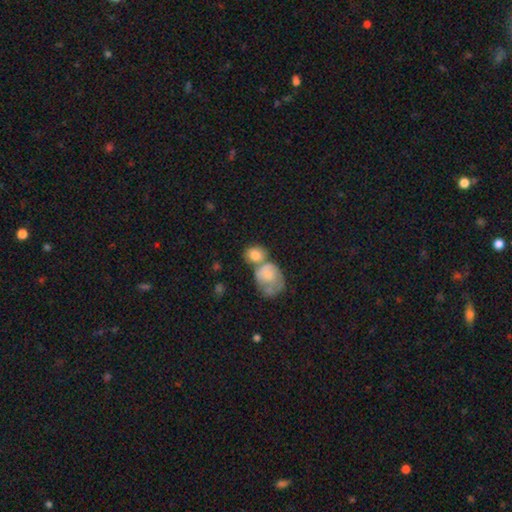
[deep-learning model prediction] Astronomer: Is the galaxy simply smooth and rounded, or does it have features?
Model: smooth — 73%.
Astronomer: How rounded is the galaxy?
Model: round — 61% (runner-up: in between, 38%).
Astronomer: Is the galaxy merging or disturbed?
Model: merger — 52% (runner-up: none, 29%).